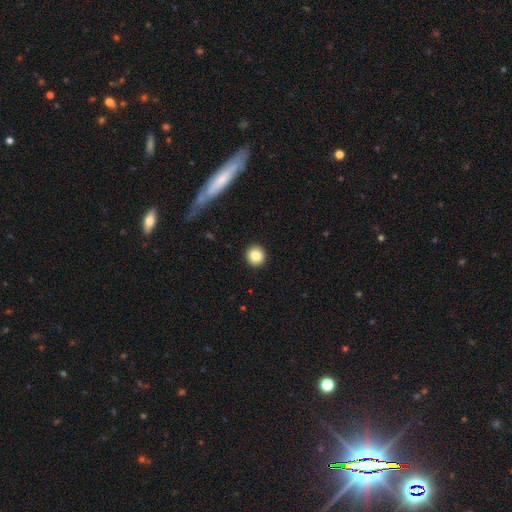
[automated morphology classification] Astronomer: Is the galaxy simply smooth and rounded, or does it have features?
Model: smooth — 86%.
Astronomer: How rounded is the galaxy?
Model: round — 91%.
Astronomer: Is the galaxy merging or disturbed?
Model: none — 92%.